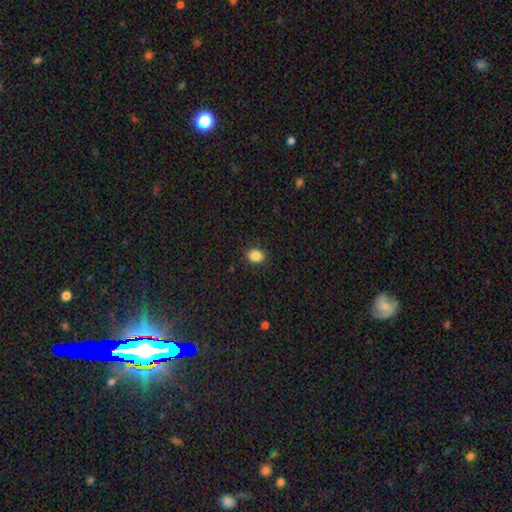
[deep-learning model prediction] Smooth or featured? Predicted: smooth (p=0.86). How rounded? Predicted: in between (p=0.60). Merging? Predicted: none (p=0.88).